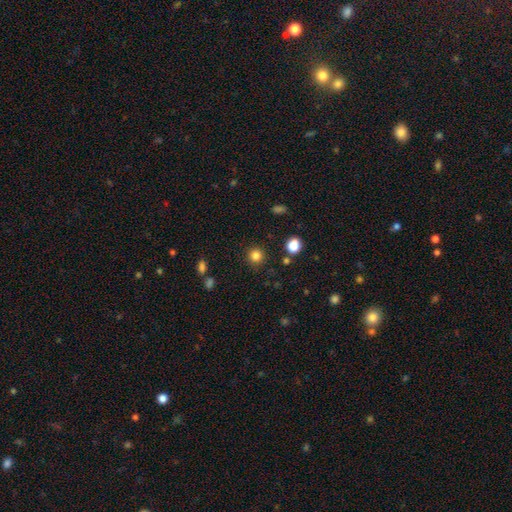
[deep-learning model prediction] Overall: smooth (83%). How rounded: round (93%). Merging: none (89%).